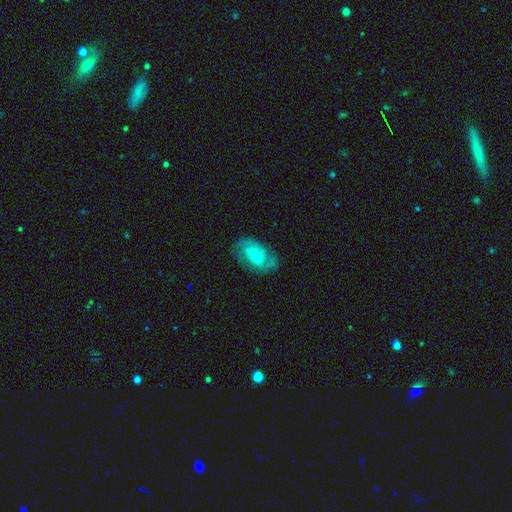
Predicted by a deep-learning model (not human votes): Morphology: type=featured or disk (65%); edge-on=no (97%); bar=no (47%); spiral arms=yes (89%); winding=medium (46%); arm count=2 (66%); bulge=small (51%); merging=none (71%).